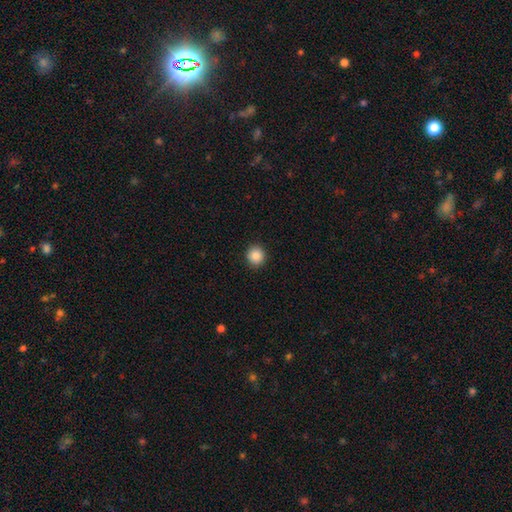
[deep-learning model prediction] The model was most divided on "smooth or featured": smooth: 87%, star or artifact: 9%, featured or disk: 4%. More confident: merging — none (92%); how rounded — round (91%).